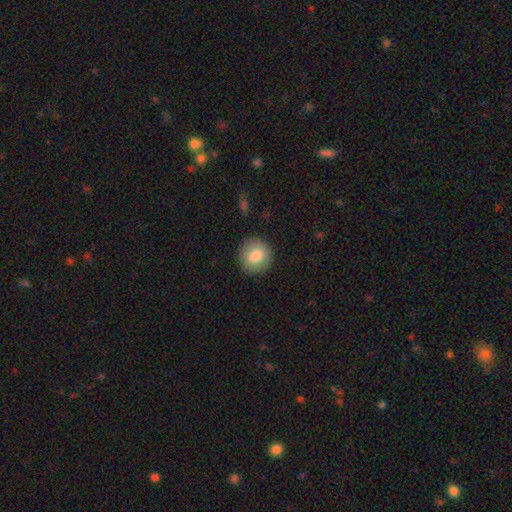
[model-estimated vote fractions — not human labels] The model was most divided on "smooth or featured": smooth: 80%, featured or disk: 13%, star or artifact: 8%. More confident: how rounded — round (90%); merging — none (90%).